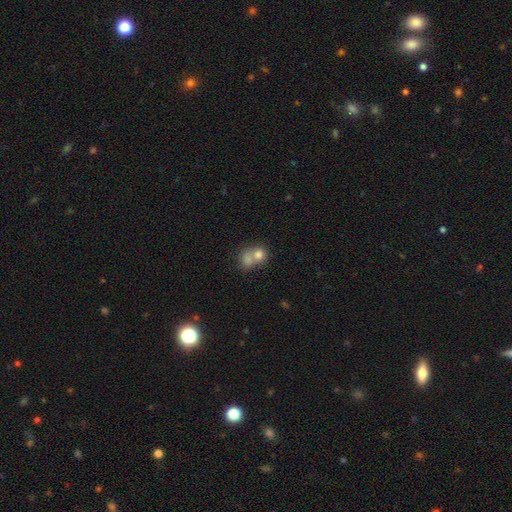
A smooth galaxy with no disk features (74%) that is round (76%). Merging: merger (75%).